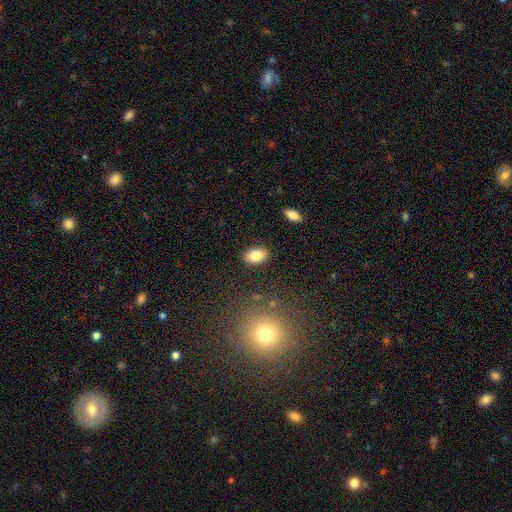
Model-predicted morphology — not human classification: Smooth or featured?
  - smooth: 82% *
  - featured or disk: 10%
  - star or artifact: 8%
How rounded?
  - in between: 90% *
  - round: 9%
  - cigar-shaped: 2%
Merging?
  - none: 87% *
  - minor disturbance: 9%
  - major disturbance: 2%
  - merger: 2%